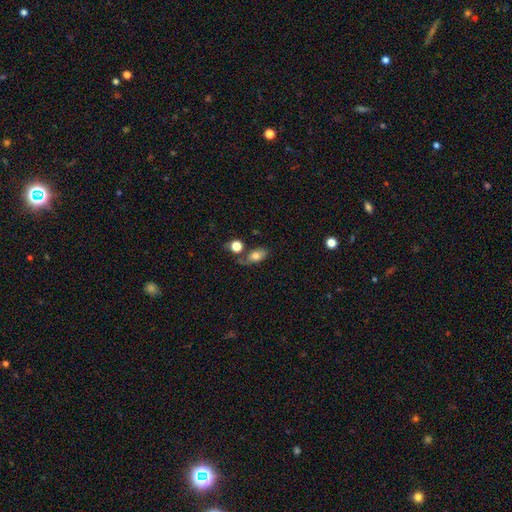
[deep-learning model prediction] smooth 73%, featured or disk 18%, star or artifact 10%. Down the decision tree: how rounded — in between (83%); merging — none (47%).